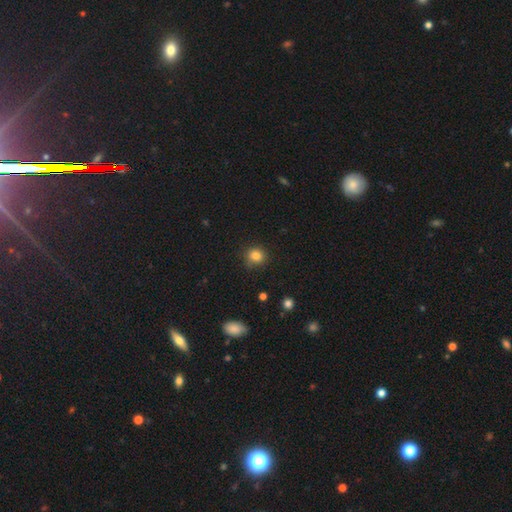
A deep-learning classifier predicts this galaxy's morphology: smooth-or-featured: smooth: 83% | star or artifact: 12% | featured or disk: 5%
  how-rounded: round: 84% | in between: 15% | cigar-shaped: 1%
  merging: none: 80% | minor disturbance: 15% | major disturbance: 3% | merger: 2%